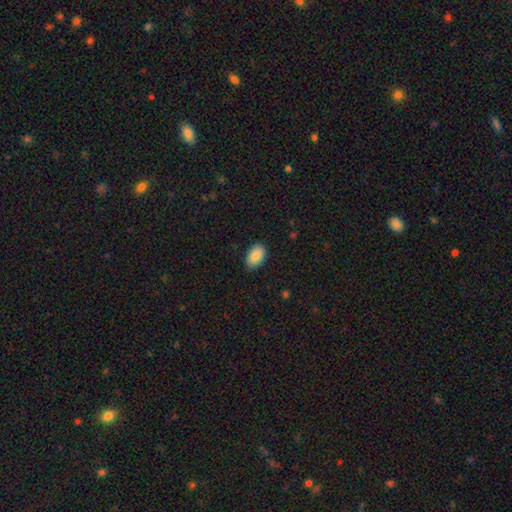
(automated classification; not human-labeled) This appears to be a smooth galaxy with no disk features (88%) that is in between round and cigar-shaped (92%). Merging: none (85%).